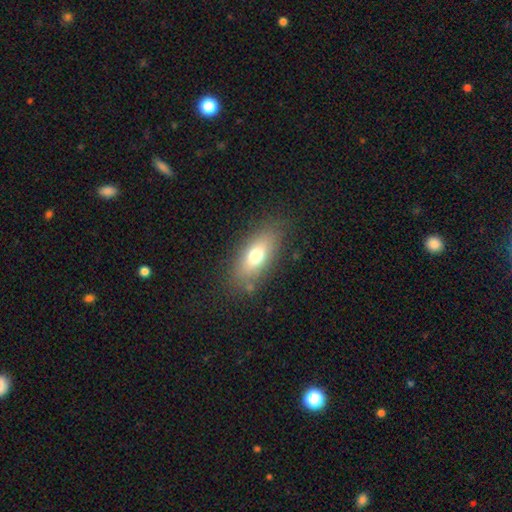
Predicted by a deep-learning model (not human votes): smooth-or-featured: smooth: 70% | featured or disk: 21% | star or artifact: 9%
  how-rounded: in between: 78% | cigar-shaped: 17% | round: 5%
  merging: none: 81% | minor disturbance: 13% | major disturbance: 5% | merger: 2%